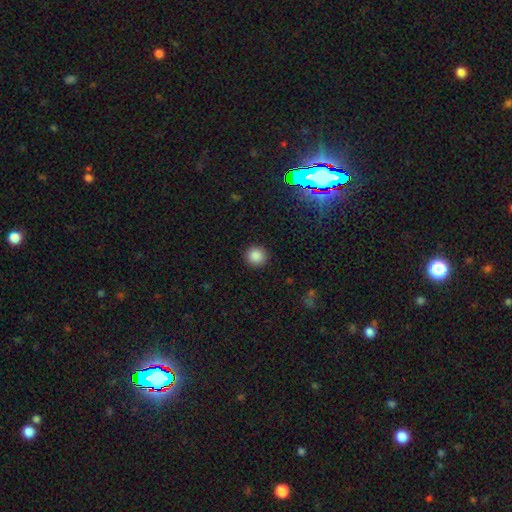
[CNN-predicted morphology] The model was most divided on "smooth or featured": smooth: 87%, star or artifact: 10%, featured or disk: 3%. More confident: how rounded — round (94%); merging — none (92%).